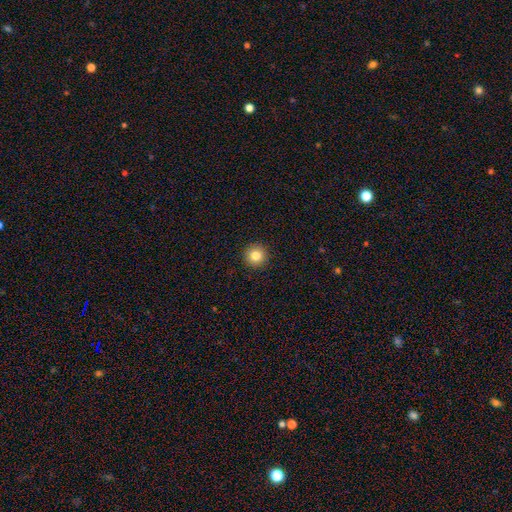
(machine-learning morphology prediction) This is clearly a smooth galaxy (82%). How rounded: clearly round (96%). Merging: clearly none (93%).